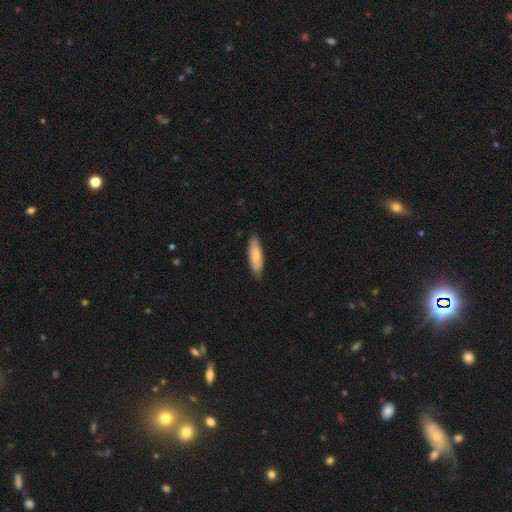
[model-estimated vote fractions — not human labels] A smooth galaxy with no disk features (77%) that is cigar-shaped (57%).

Vote fractions:
- Smooth or featured? smooth: 77% / featured or disk: 18% / star or artifact: 5%
- How rounded? cigar-shaped: 57% / in between: 42% / round: 2%
- Merging? none: 84% / minor disturbance: 13% / major disturbance: 2% / merger: 1%